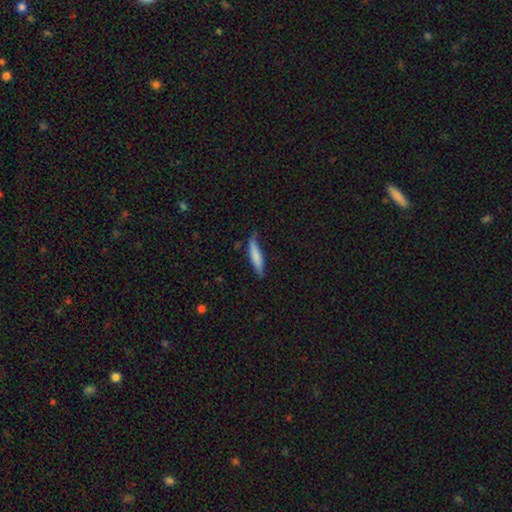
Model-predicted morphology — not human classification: smooth 74%, featured or disk 21%, star or artifact 6%. Down the decision tree: how rounded — cigar-shaped (82%); merging — none (65%).